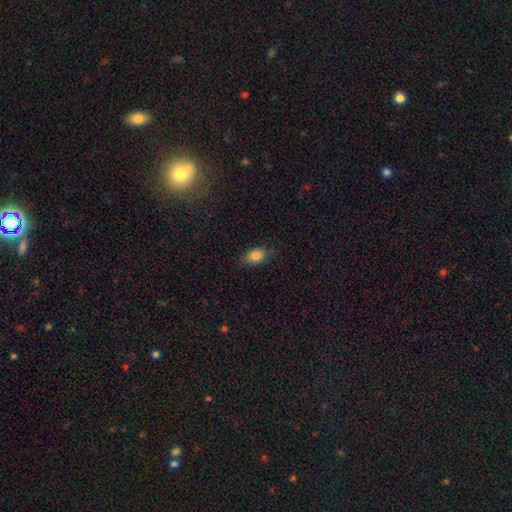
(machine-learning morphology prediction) A smooth galaxy with no disk features (84%) that is in between round and cigar-shaped (79%).

Vote fractions:
- Smooth or featured? smooth: 84% / star or artifact: 9% / featured or disk: 7%
- How rounded? in between: 79% / round: 19% / cigar-shaped: 2%
- Merging? none: 79% / minor disturbance: 17% / major disturbance: 4% / merger: 1%